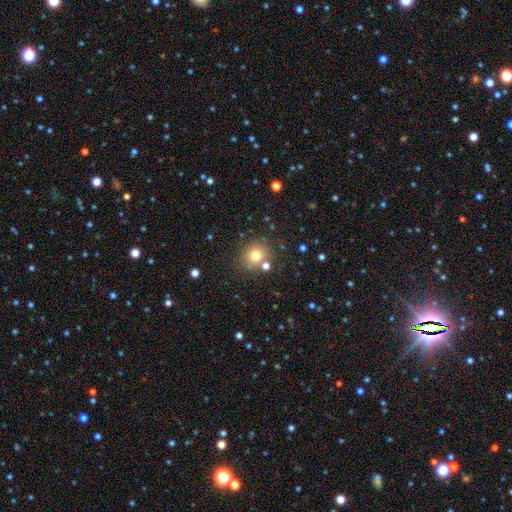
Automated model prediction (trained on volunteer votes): Smooth or featured: smooth — 74% (star or artifact — 15%)
How rounded: round — 83% (in between — 16%)
Merging: none — 76% (minor disturbance — 11%)